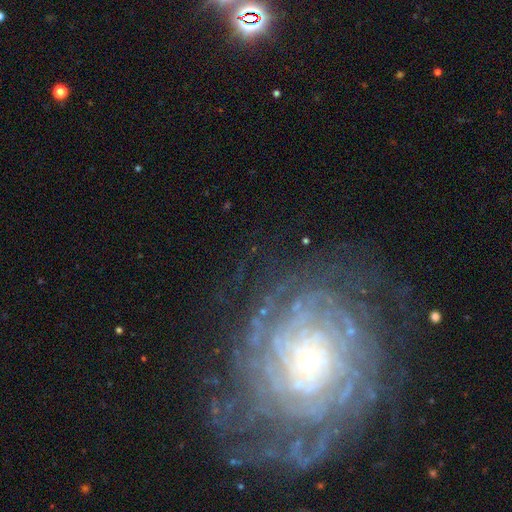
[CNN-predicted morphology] Smooth or featured: featured or disk — 83% (star or artifact — 10%)
Edge-on disk: no — 97% (yes — 3%)
Bar: no — 77% (weak — 16%)
Spiral arms: yes — 94% (no — 6%)
Spiral winding: tight — 81% (medium — 15%)
Spiral arm count: can't tell — 31% (more than 4 — 28%)
Bulge size: small — 81% (moderate — 14%)
Merging: none — 75% (minor disturbance — 13%)